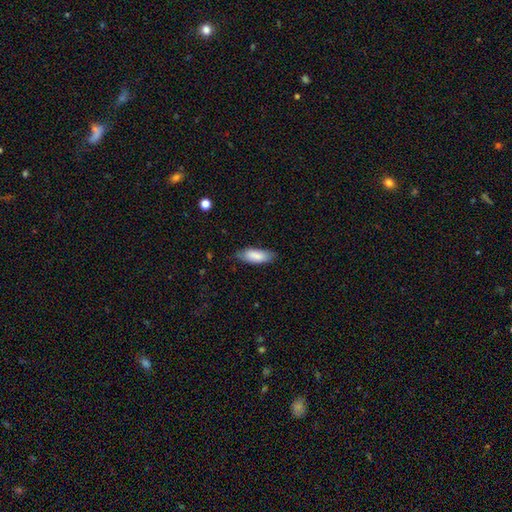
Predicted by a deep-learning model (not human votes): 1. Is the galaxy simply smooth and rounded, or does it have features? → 84% smooth, 10% featured or disk, 6% star or artifact.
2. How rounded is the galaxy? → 74% in between, 24% cigar-shaped, 2% round.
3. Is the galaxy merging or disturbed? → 77% none, 18% minor disturbance, 3% major disturbance, 1% merger.